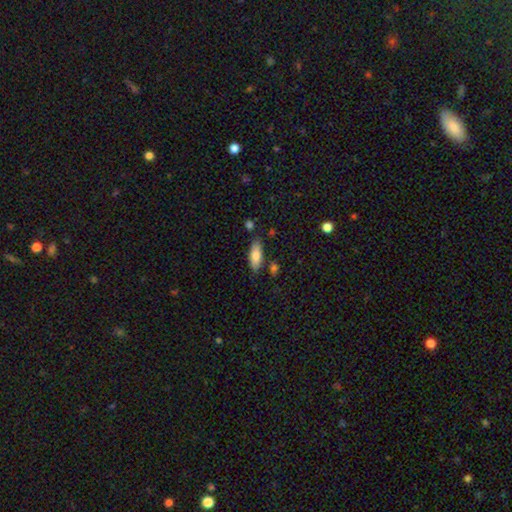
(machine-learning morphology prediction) Smooth or featured: smooth — 80% (featured or disk — 13%)
How rounded: in between — 73% (cigar-shaped — 25%)
Merging: none — 76% (minor disturbance — 15%)